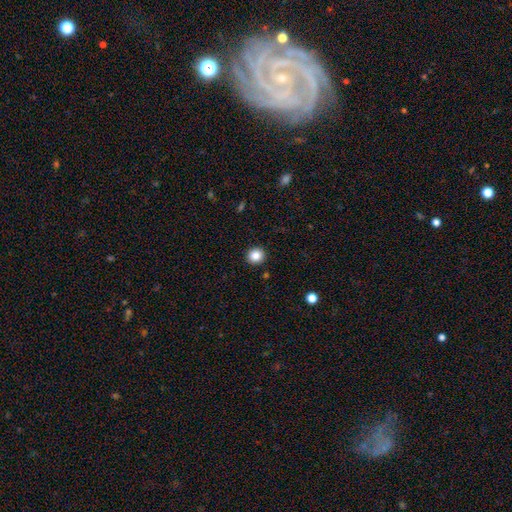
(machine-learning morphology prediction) Smooth or featured: smooth — 85% (star or artifact — 10%)
How rounded: round — 90% (in between — 9%)
Merging: none — 92% (minor disturbance — 5%)